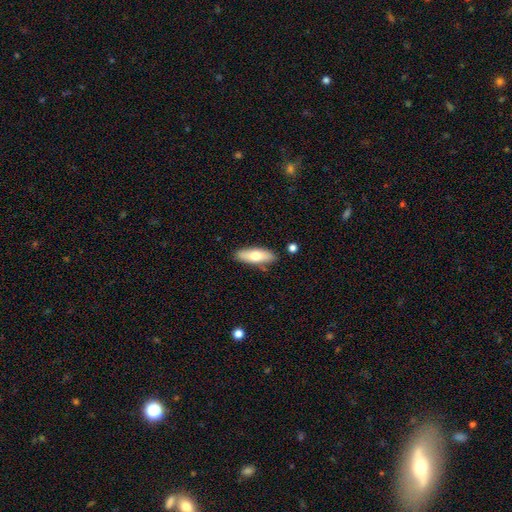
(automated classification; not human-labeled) Overall: smooth (67%; featured or disk 27%). How rounded: in between (65%; cigar-shaped 33%). Merging: none (83%).